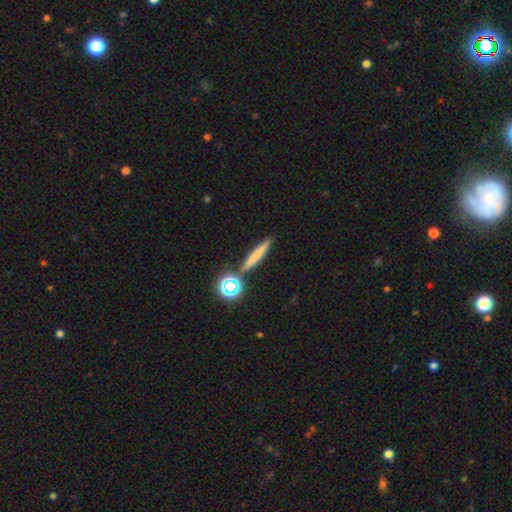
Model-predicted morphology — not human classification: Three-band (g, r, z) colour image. It shows a smooth galaxy with no disk features (64%) that is cigar-shaped (88%). Merging: none (83%).